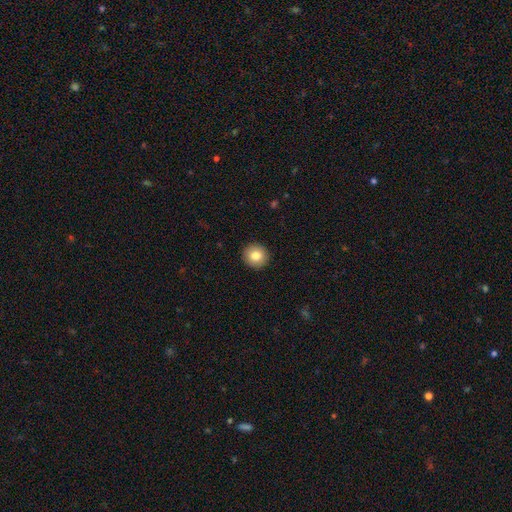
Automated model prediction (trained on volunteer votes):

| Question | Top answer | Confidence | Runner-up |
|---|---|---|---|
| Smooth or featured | smooth | 82% | featured or disk (9%) |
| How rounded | round | 94% | in between (5%) |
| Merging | none | 93% | minor disturbance (4%) |